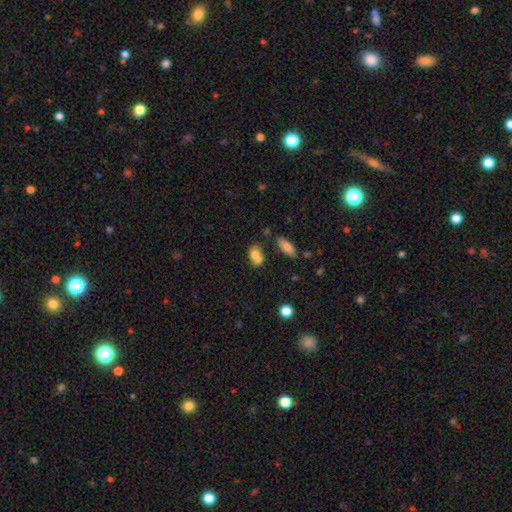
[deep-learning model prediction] Smooth or featured: smooth — 75% (featured or disk — 15%)
How rounded: in between — 66% (round — 31%)
Merging: merger — 52% (none — 32%)